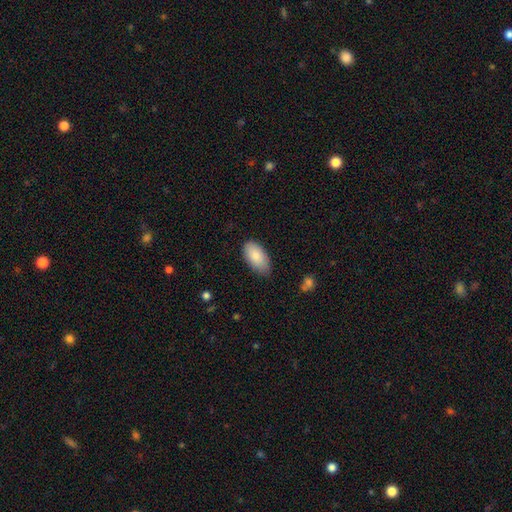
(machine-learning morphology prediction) type=smooth (85%); roundness=in between (95%); merging=none (75%).